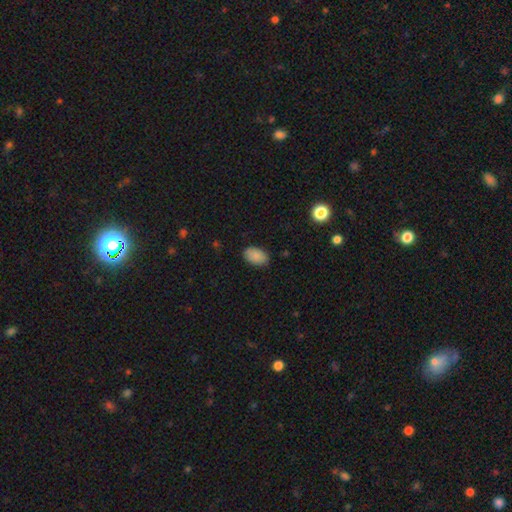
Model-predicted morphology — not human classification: Smooth or featured?
  - smooth: 88% *
  - star or artifact: 7%
  - featured or disk: 5%
How rounded?
  - in between: 92% *
  - round: 6%
  - cigar-shaped: 1%
Merging?
  - none: 85% *
  - minor disturbance: 11%
  - major disturbance: 2%
  - merger: 1%